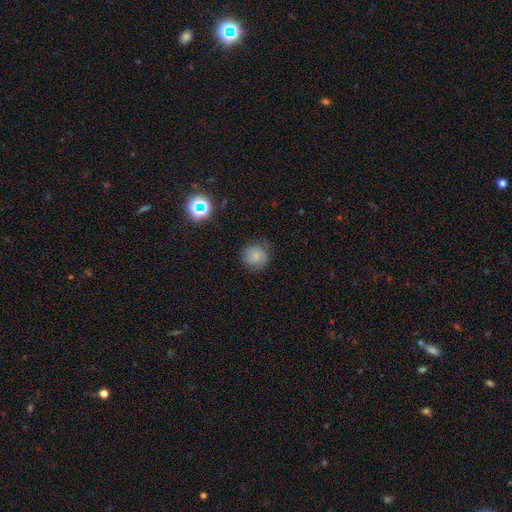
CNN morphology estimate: smooth_or_featured: smooth (p=0.75) [alt: featured or disk p=0.13]
how_rounded: round (p=0.89) [alt: in between p=0.11]
merging: none (p=0.77) [alt: minor disturbance p=0.17]